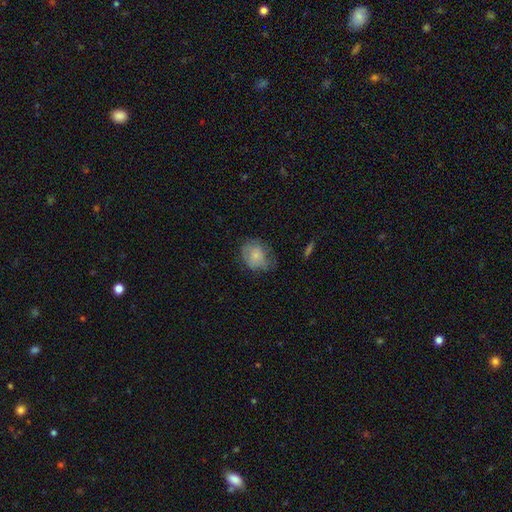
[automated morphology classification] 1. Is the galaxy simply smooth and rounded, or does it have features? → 72% smooth, 20% featured or disk, 8% star or artifact.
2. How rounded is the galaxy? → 58% round, 41% in between, 1% cigar-shaped.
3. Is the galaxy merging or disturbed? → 53% none, 31% minor disturbance, 14% major disturbance, 2% merger.